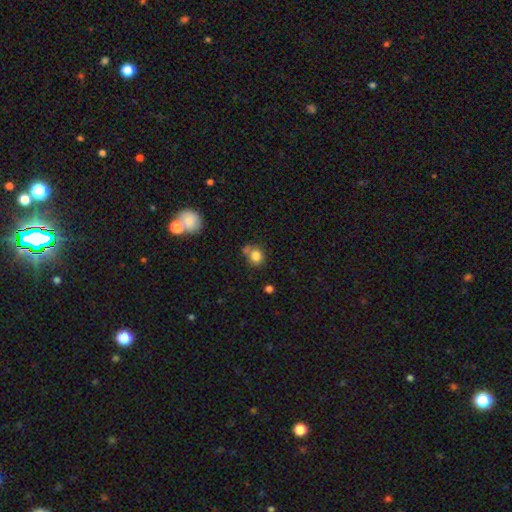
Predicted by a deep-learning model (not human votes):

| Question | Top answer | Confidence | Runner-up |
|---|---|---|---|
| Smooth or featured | smooth | 82% | star or artifact (11%) |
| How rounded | round | 76% | in between (23%) |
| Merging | none | 58% | minor disturbance (18%) |